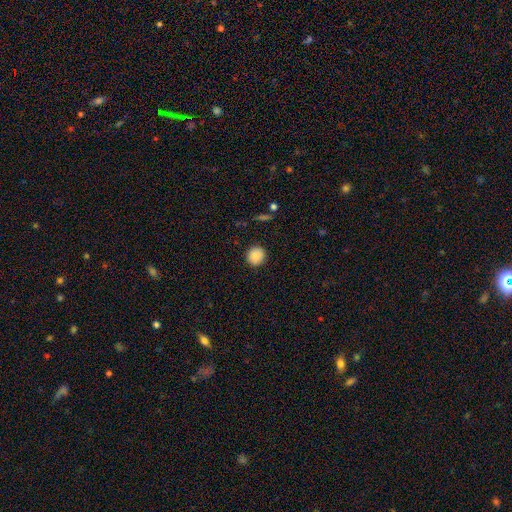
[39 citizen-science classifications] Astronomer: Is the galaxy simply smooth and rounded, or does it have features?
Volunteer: smooth — 85%.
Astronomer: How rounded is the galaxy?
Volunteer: round — 94%.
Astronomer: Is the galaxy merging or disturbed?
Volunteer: none — 92%.